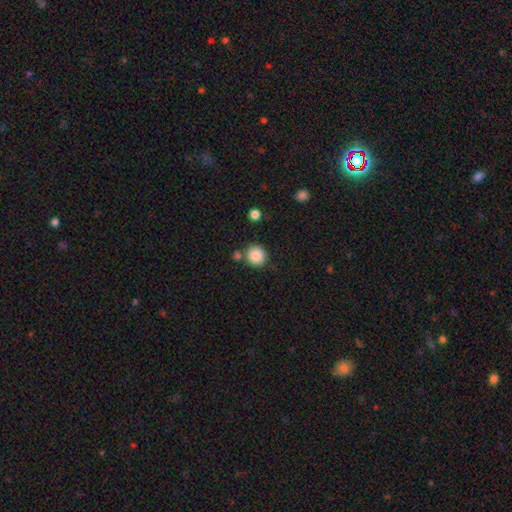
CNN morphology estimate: Smooth or featured? Predicted: smooth (p=0.87). How rounded? Predicted: round (p=0.92). Merging? Predicted: none (p=0.79).